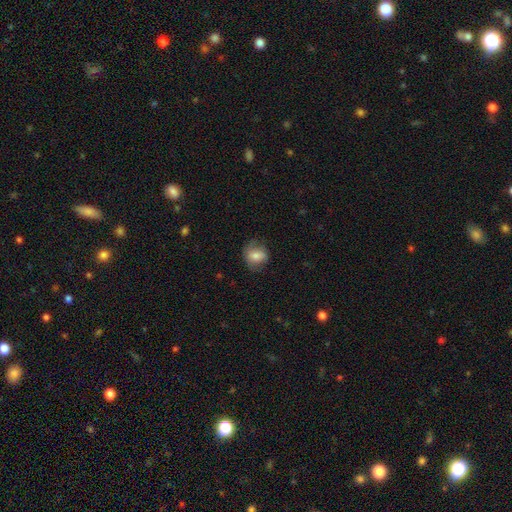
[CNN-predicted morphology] Q: Smooth or featured?
A: smooth (71%); runner-up: featured or disk (21%)
Q: How rounded?
A: round (61%); runner-up: in between (38%)
Q: Merging?
A: none (62%); runner-up: minor disturbance (25%)